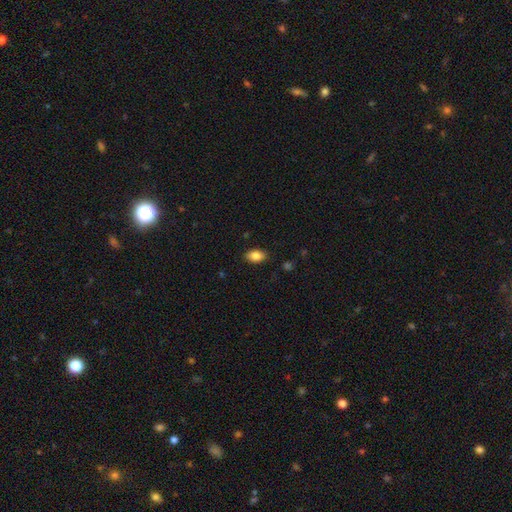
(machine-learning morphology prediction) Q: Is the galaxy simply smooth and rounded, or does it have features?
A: smooth — 84%.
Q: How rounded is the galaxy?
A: in between — 89%.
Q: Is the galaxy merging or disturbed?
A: none — 87%.